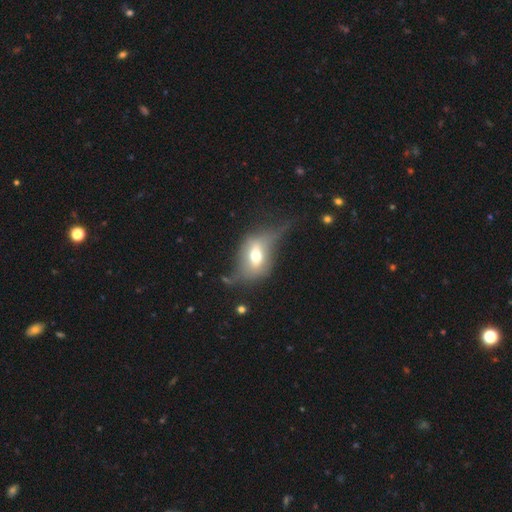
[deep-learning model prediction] Smooth or featured: featured or disk — 52% (smooth — 40%)
Edge-on disk: no — 57% (yes — 43%)
Merging: none — 40% (major disturbance — 29%)